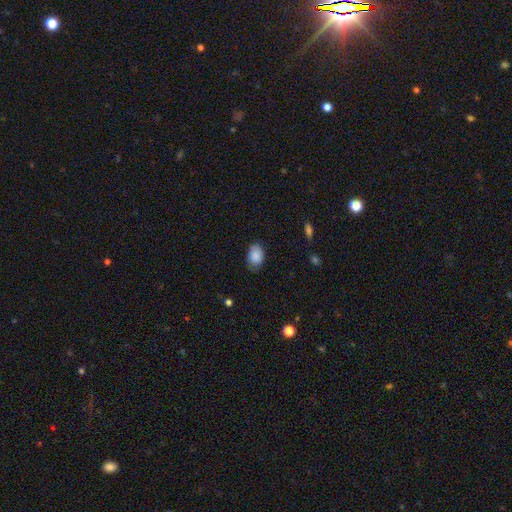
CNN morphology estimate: smooth_or_featured: smooth (p=0.88) [alt: star or artifact p=0.07]
how_rounded: in between (p=0.80) [alt: round p=0.19]
merging: none (p=0.74) [alt: minor disturbance p=0.21]